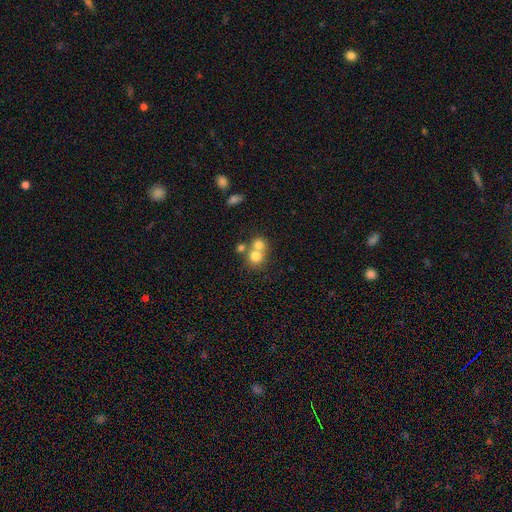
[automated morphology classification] A smooth galaxy with no disk features (73%) that is round (83%).

Vote fractions:
- Smooth or featured? smooth: 73% / featured or disk: 15% / star or artifact: 12%
- How rounded? round: 83% / in between: 16% / cigar-shaped: 1%
- Merging? merger: 55% / none: 37% / minor disturbance: 5% / major disturbance: 3%